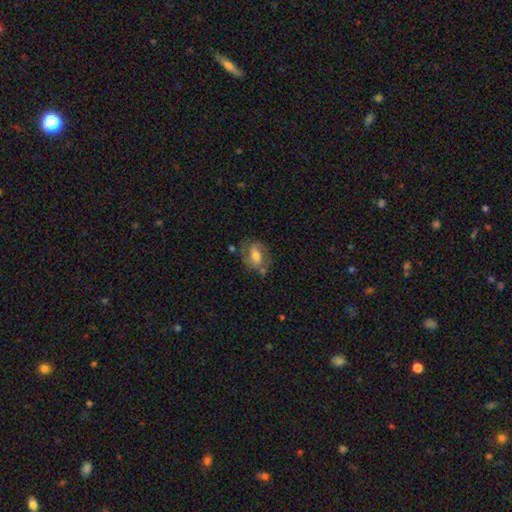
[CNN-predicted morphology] featured or disk 58%, smooth 34%, star or artifact 8%. Down the decision tree: edge-on disk — no (96%); bar — weak (46%); spiral arms — yes (80%); bulge size — moderate (67%); merging — none (60%).